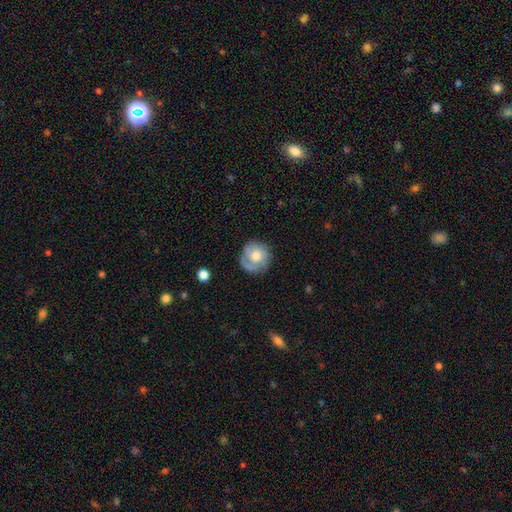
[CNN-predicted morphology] This appears to be a smooth galaxy with no disk features (54%) that is round (88%). Merging: none (69%).